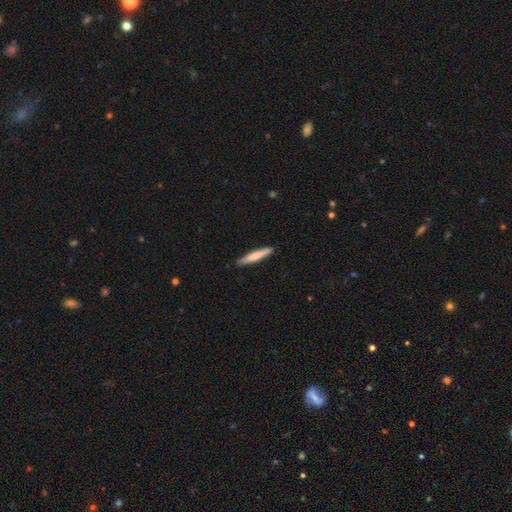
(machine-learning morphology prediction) Smooth or featured: smooth — 71% (featured or disk — 24%)
How rounded: cigar-shaped — 94% (in between — 5%)
Merging: none — 89% (minor disturbance — 9%)